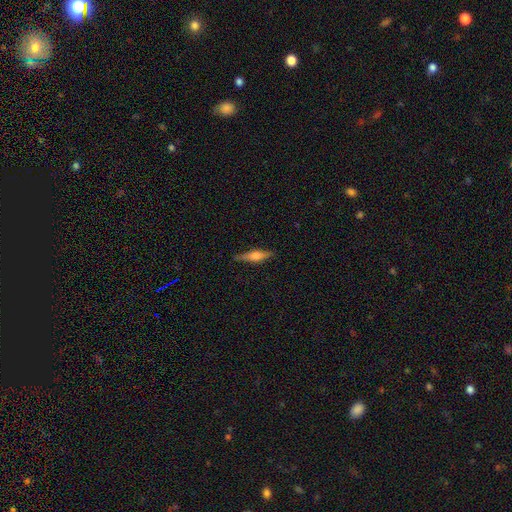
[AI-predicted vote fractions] featured or disk 56%, smooth 38%, star or artifact 7%. Down the decision tree: edge-on disk — yes (95%); edge-on bulge — rounded (84%); merging — none (84%).